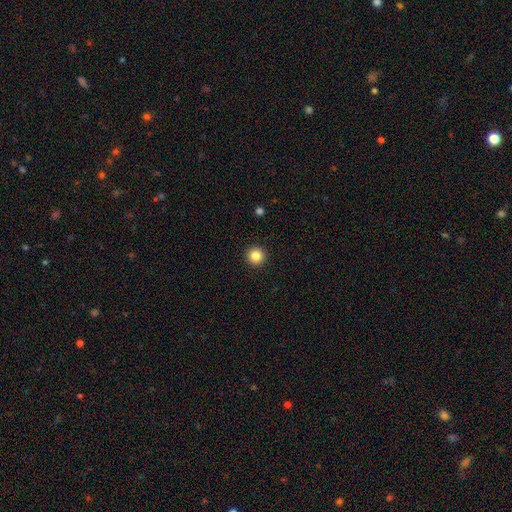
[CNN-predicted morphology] This is clearly a smooth galaxy (84%). How rounded: clearly round (96%). Merging: clearly none (94%).